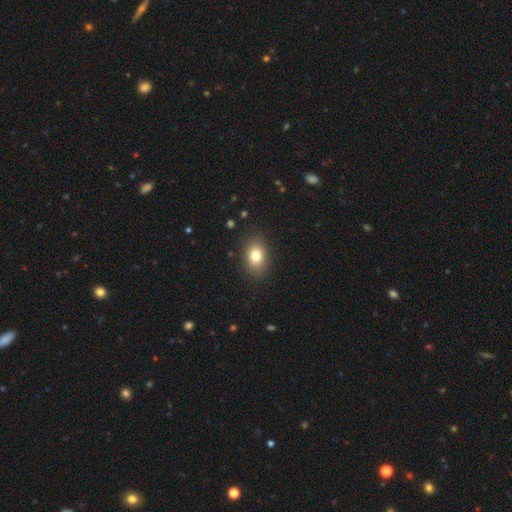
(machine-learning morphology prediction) Smooth or featured?
  - smooth: 80% *
  - featured or disk: 10%
  - star or artifact: 10%
How rounded?
  - in between: 75% *
  - round: 24%
  - cigar-shaped: 1%
Merging?
  - none: 87% *
  - minor disturbance: 9%
  - major disturbance: 3%
  - merger: 1%